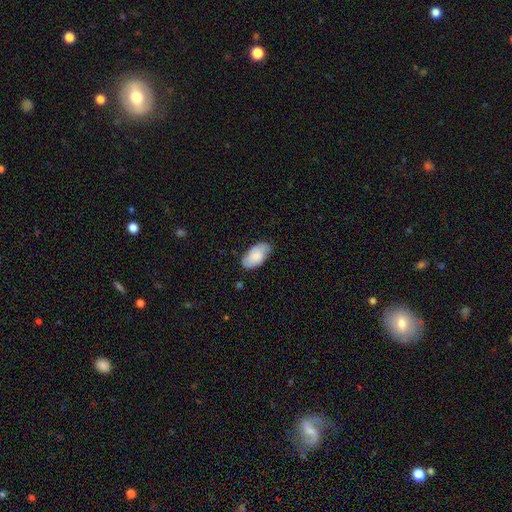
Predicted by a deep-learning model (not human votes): Overall: smooth (76%). How rounded: in between (95%). Merging: none (72%).